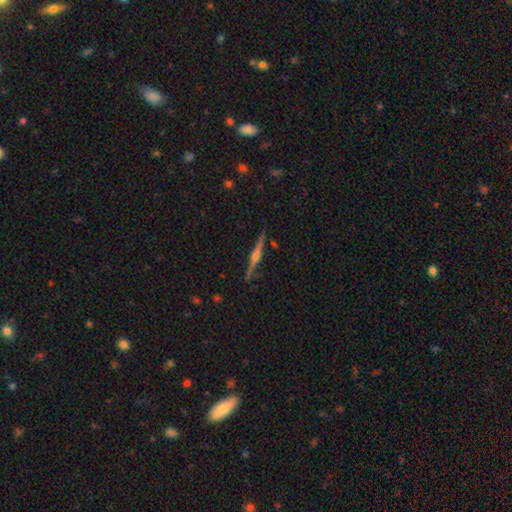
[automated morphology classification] smooth-or-featured: featured or disk: 84% | smooth: 10% | star or artifact: 6%
  disk-edge-on: yes: 99% | no: 1%
    edge-on-bulge: rounded: 91% | boxy: 5% | none: 4%
  merging: none: 91% | minor disturbance: 7% | major disturbance: 1% | merger: 1%